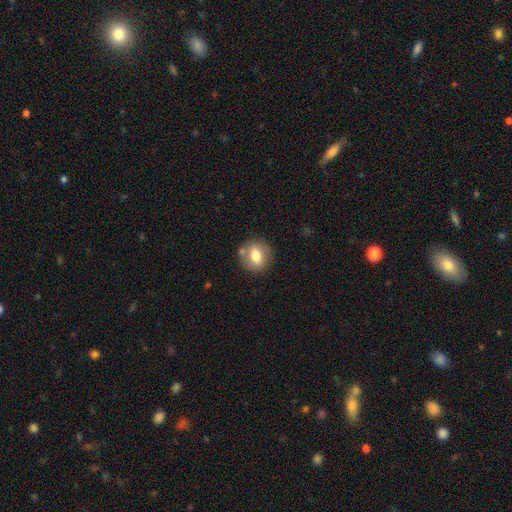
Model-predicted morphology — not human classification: The model was most divided on "how rounded": round: 68%, in between: 31%, cigar-shaped: 1%. More confident: merging — none (73%); smooth or featured — smooth (71%).